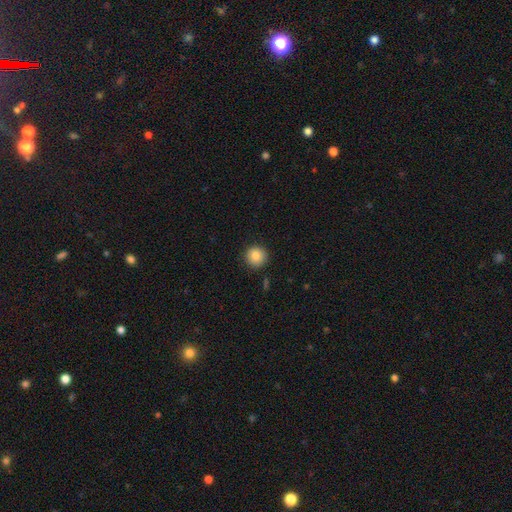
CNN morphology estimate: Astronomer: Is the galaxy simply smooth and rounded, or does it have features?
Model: smooth — 86%.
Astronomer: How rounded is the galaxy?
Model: round — 95%.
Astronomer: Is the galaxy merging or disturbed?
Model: none — 91%.